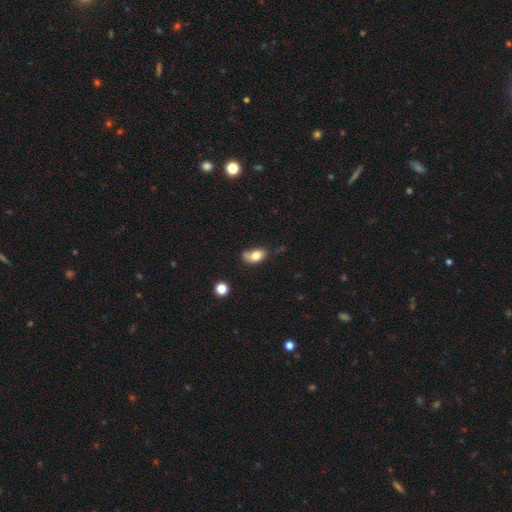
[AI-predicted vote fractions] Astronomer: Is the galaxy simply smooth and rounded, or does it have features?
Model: smooth — 79%.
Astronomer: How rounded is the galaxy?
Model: in between — 87%.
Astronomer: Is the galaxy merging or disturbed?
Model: none — 44% (runner-up: minor disturbance, 33%).